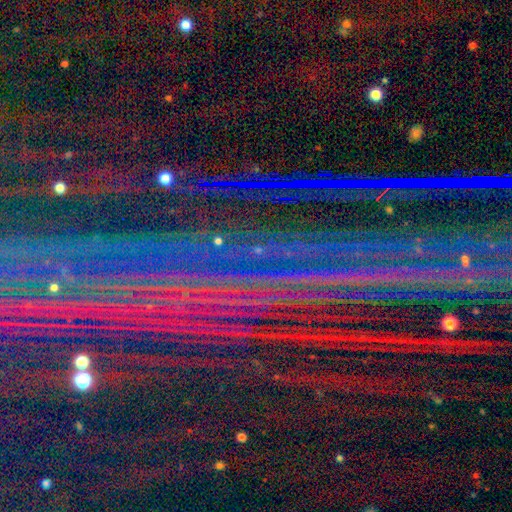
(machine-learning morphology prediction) star or artifact 88%, featured or disk 7%, smooth 5%.